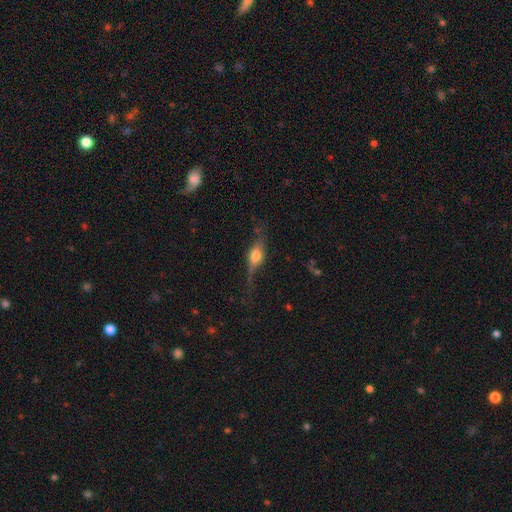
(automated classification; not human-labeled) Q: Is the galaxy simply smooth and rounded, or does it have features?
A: featured or disk — 54%.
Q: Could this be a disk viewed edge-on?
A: yes — 81%.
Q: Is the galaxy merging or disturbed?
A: none — 57%.